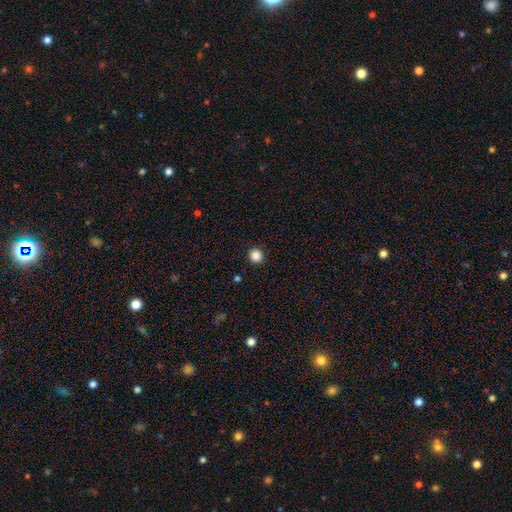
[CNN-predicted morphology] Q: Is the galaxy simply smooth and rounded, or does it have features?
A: smooth — 87%.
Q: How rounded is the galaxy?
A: round — 94%.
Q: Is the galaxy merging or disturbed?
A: none — 93%.